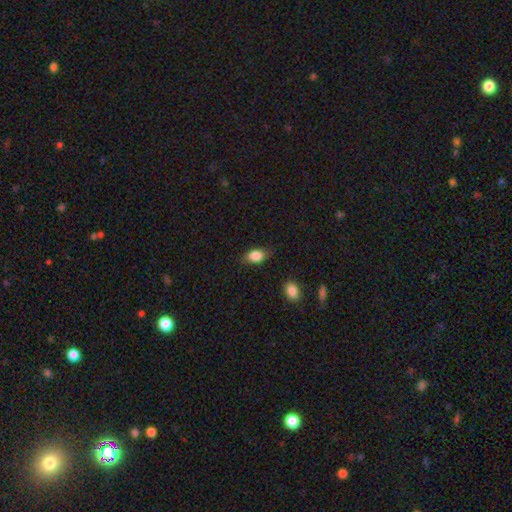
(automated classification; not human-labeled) Overall: smooth (84%). How rounded: in between (83%). Merging: none (74%).